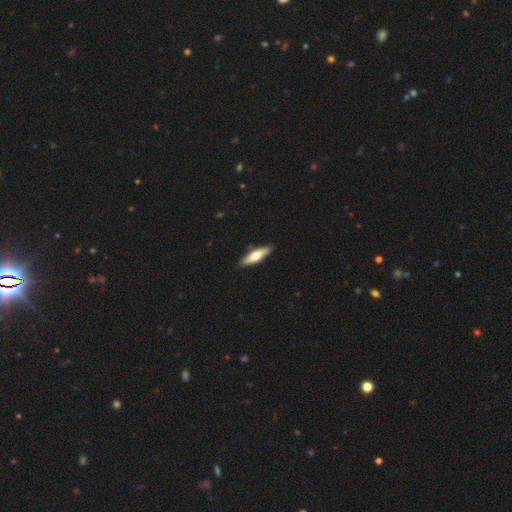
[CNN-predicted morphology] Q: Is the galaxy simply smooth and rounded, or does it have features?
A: smooth — 60%.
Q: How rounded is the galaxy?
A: cigar-shaped — 69%.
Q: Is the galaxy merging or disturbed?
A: none — 88%.